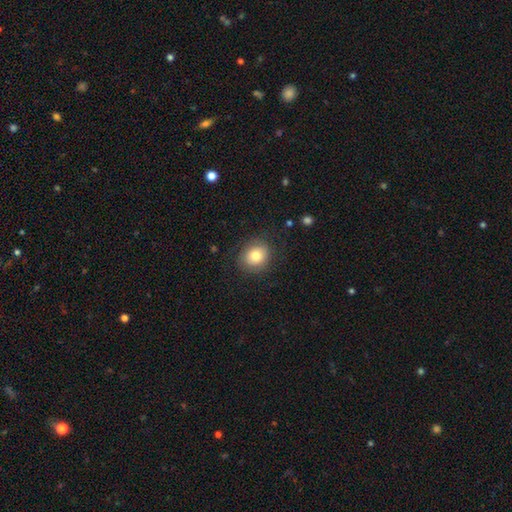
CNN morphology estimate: smooth-or-featured: smooth: 79% | featured or disk: 12% | star or artifact: 9%
  how-rounded: round: 66% | in between: 33% | cigar-shaped: 1%
  merging: none: 82% | minor disturbance: 12% | major disturbance: 5% | merger: 1%